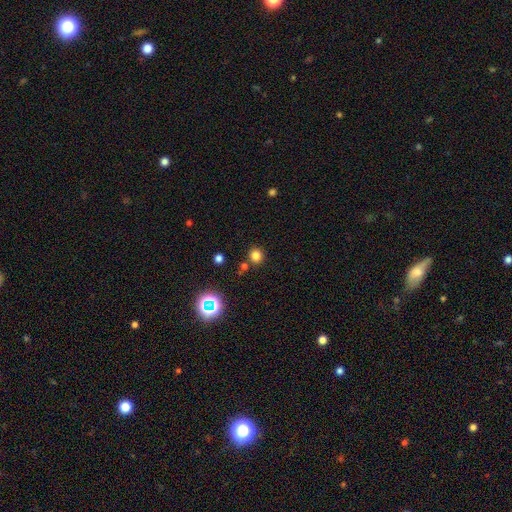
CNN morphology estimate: Overall: smooth (77%). How rounded: round (90%). Merging: none (81%).